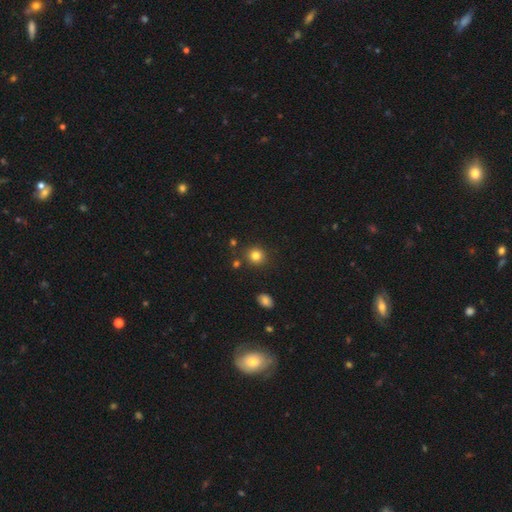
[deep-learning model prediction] Smooth or featured? smooth (82%)
How rounded? round (88%)
Merging? none (86%)